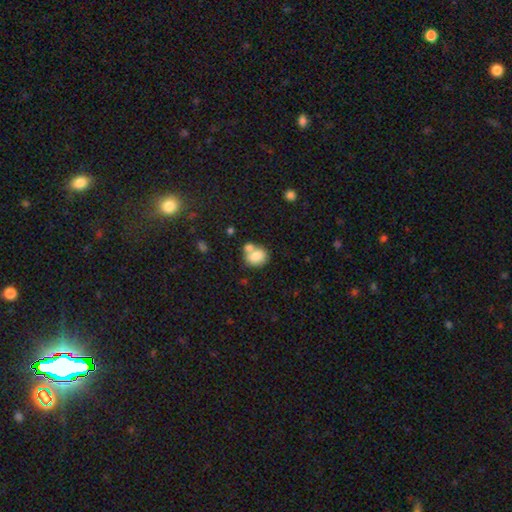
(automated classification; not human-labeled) Smooth or featured? smooth (79%)
How rounded? in between (52%)
Merging? merger (42%, tied with none)